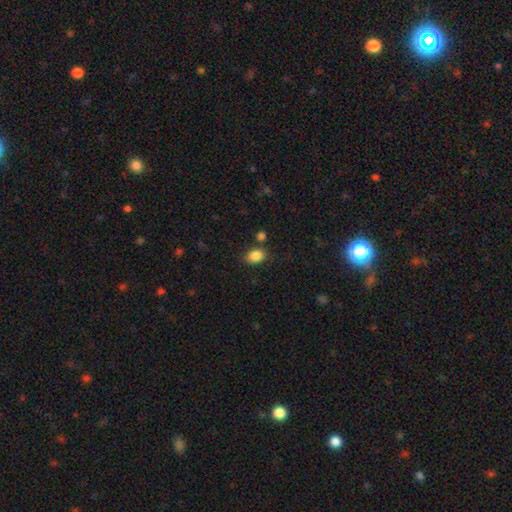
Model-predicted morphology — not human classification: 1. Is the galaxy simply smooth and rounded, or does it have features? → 86% smooth, 9% star or artifact, 5% featured or disk.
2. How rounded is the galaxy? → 79% in between, 20% round, 1% cigar-shaped.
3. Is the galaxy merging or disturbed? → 78% none, 12% minor disturbance, 6% merger, 3% major disturbance.